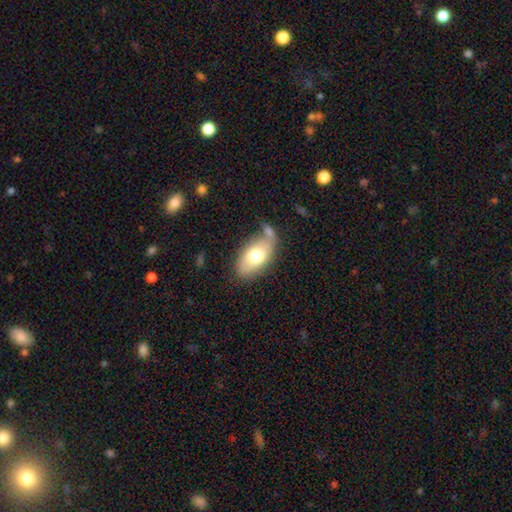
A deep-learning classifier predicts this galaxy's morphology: Smooth or featured: smooth — 69% (featured or disk — 25%)
How rounded: in between — 93% (round — 5%)
Merging: none — 55% (minor disturbance — 20%)